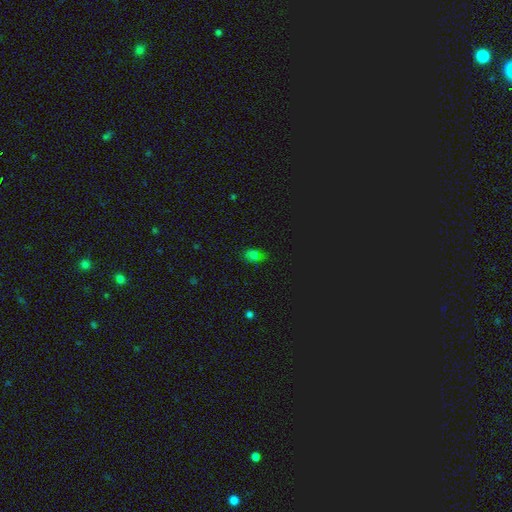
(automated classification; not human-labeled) Q: Smooth or featured?
A: smooth (61%); runner-up: star or artifact (31%)
Q: How rounded?
A: in between (72%); runner-up: round (26%)
Q: Merging?
A: none (71%); runner-up: minor disturbance (21%)